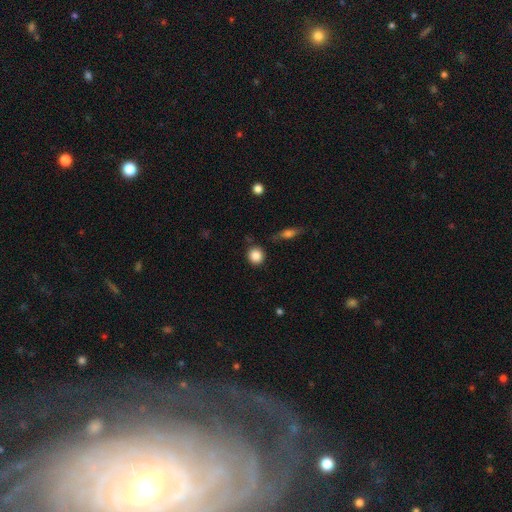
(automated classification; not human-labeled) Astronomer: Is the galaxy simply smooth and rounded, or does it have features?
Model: smooth — 86%.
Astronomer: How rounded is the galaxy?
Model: round — 90%.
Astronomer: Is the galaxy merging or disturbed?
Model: none — 85%.